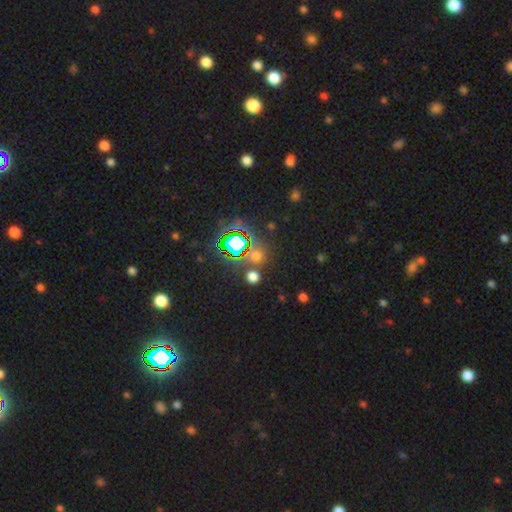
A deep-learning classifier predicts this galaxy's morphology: This appears to be a smooth galaxy with no disk features (48%). Merging: none (76%).